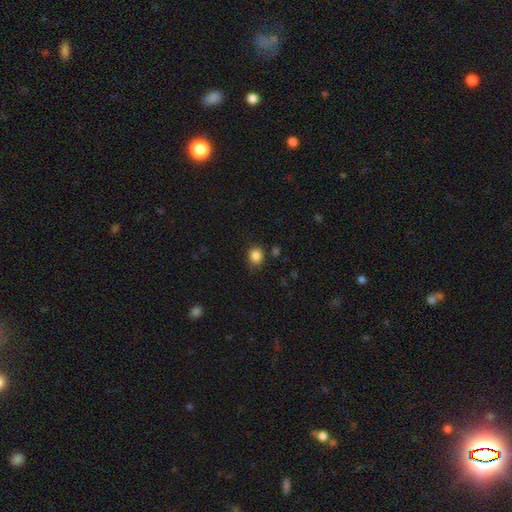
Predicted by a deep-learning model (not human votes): Smooth or featured: smooth — 85% (star or artifact — 11%)
How rounded: round — 66% (in between — 33%)
Merging: none — 79% (minor disturbance — 15%)